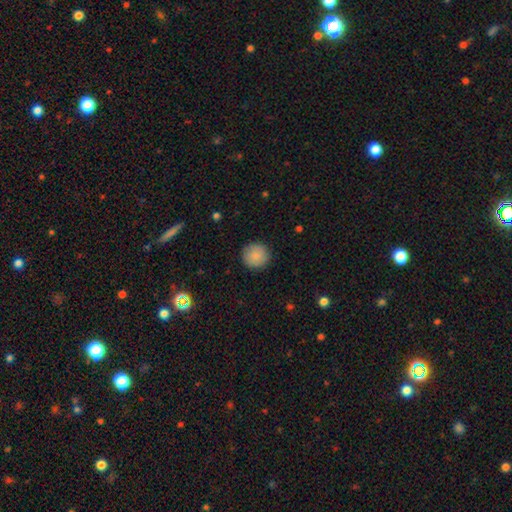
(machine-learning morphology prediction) A smooth galaxy with no disk features (87%) that is round (95%).

Vote fractions:
- Smooth or featured? smooth: 87% / star or artifact: 8% / featured or disk: 5%
- How rounded? round: 95% / in between: 4% / cigar-shaped: 1%
- Merging? none: 91% / minor disturbance: 6% / major disturbance: 2% / merger: 1%